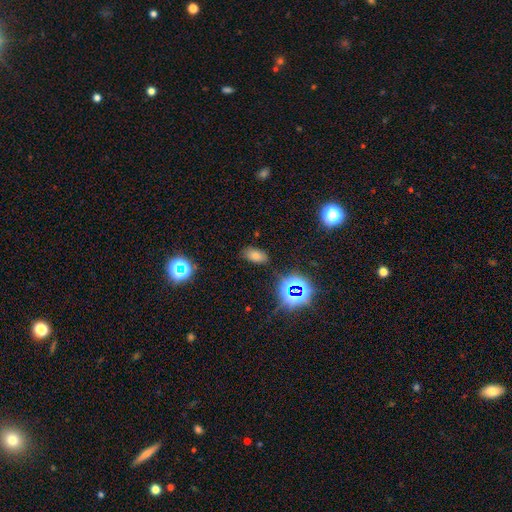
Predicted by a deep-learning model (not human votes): A smooth galaxy with no disk features (68%) that is in between round and cigar-shaped (91%). Merging: none (83%).